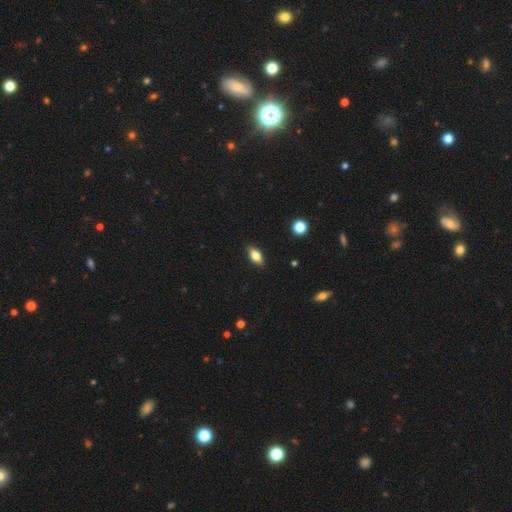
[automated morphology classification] Smooth or featured? Predicted: smooth (p=0.76). How rounded? Predicted: in between (p=0.86). Merging? Predicted: none (p=0.87).